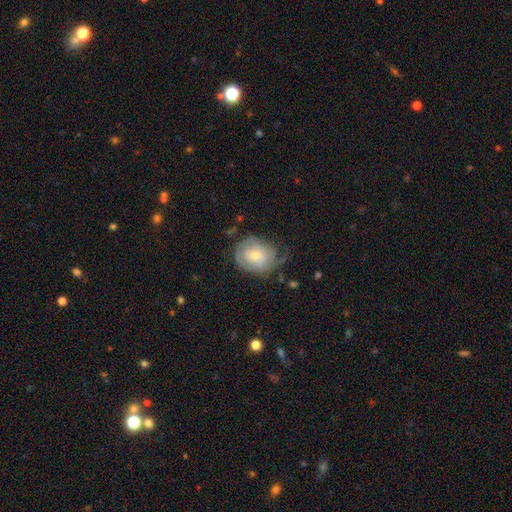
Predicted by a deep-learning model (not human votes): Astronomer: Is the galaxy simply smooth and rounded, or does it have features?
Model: smooth — 48% (runner-up: featured or disk, 45%).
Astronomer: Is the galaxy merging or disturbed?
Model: none — 53% (runner-up: minor disturbance, 30%).